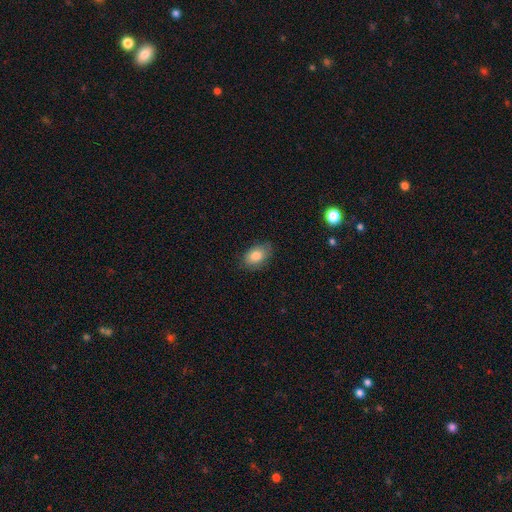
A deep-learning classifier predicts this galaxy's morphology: smooth-or-featured: smooth: 83% | featured or disk: 9% | star or artifact: 8%
  how-rounded: in between: 86% | round: 13% | cigar-shaped: 1%
  merging: none: 79% | minor disturbance: 17% | major disturbance: 3% | merger: 1%